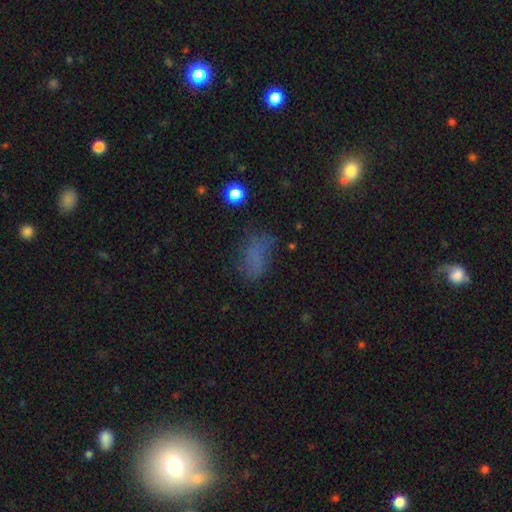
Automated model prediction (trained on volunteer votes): A smooth galaxy with no disk features (64%) that is in between round and cigar-shaped (84%).

Vote fractions:
- Smooth or featured? smooth: 64% / star or artifact: 21% / featured or disk: 15%
- How rounded? in between: 84% / round: 10% / cigar-shaped: 6%
- Merging? none: 54% / minor disturbance: 25% / major disturbance: 18% / merger: 3%